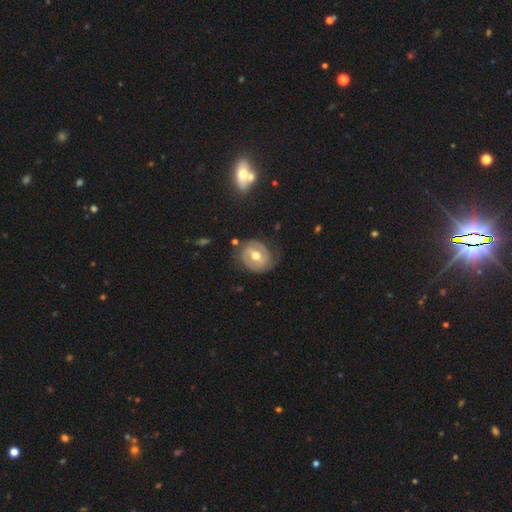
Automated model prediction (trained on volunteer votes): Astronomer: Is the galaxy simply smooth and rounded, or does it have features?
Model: featured or disk — 63%.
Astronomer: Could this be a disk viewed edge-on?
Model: no — 96%.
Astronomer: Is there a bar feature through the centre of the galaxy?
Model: weak — 42% (runner-up: no, 40%).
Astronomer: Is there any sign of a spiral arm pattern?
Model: yes — 68%.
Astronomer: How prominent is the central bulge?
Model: moderate — 80%.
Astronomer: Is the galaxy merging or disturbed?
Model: none — 72%.